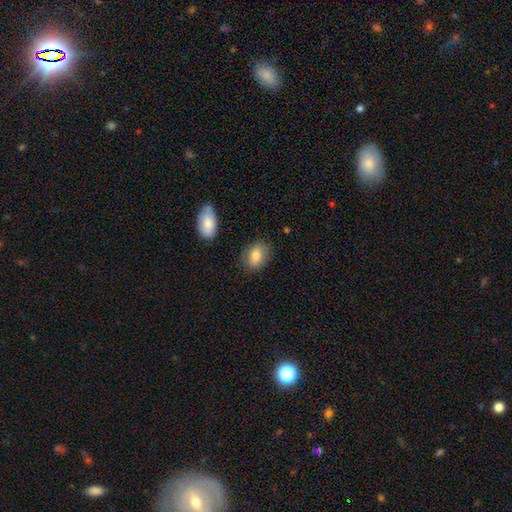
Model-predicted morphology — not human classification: Overall: smooth (84%). How rounded: in between (79%). Merging: none (82%).